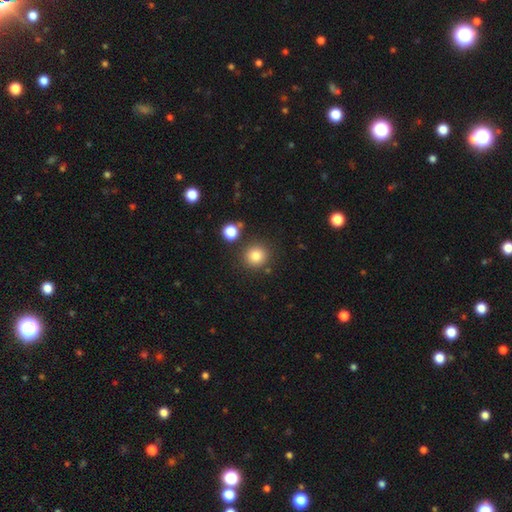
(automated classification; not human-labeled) Q: Smooth or featured?
A: smooth (83%); runner-up: star or artifact (11%)
Q: How rounded?
A: round (89%); runner-up: in between (10%)
Q: Merging?
A: none (83%); runner-up: minor disturbance (8%)